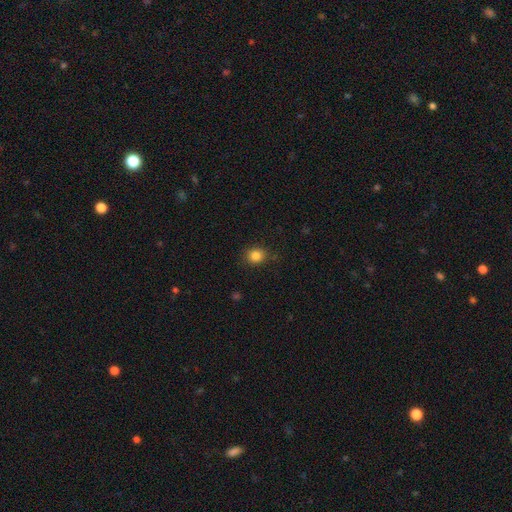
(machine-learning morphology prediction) Smooth or featured: smooth — 84% (star or artifact — 11%)
How rounded: round — 78% (in between — 21%)
Merging: none — 86% (minor disturbance — 10%)